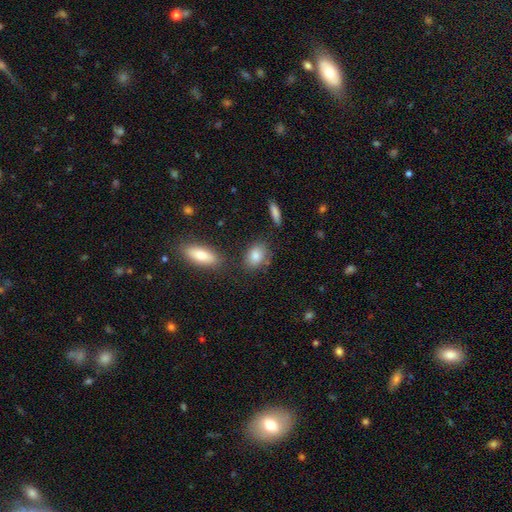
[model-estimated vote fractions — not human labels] Morphology: type=smooth (83%); roundness=in between (78%); merging=none (71%).